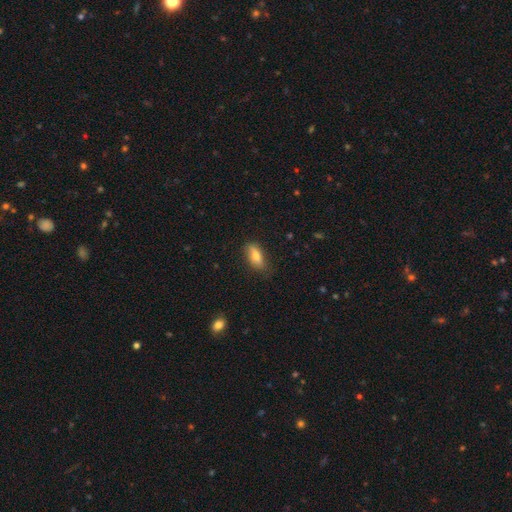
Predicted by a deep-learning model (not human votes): Overall: smooth (74%). How rounded: in between (76%). Merging: none (74%).